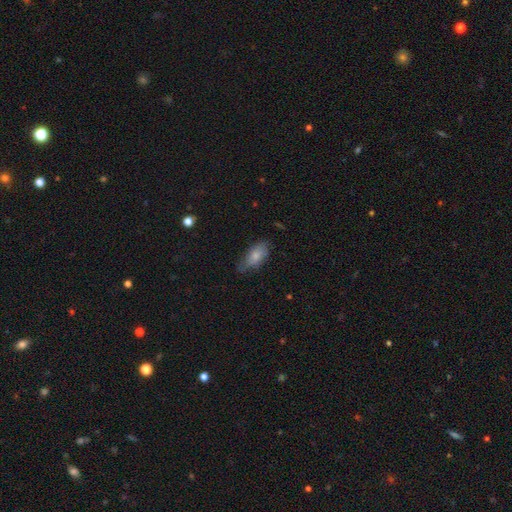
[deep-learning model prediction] Morphology: type=smooth (74%); roundness=in between (87%); merging=none (57%).